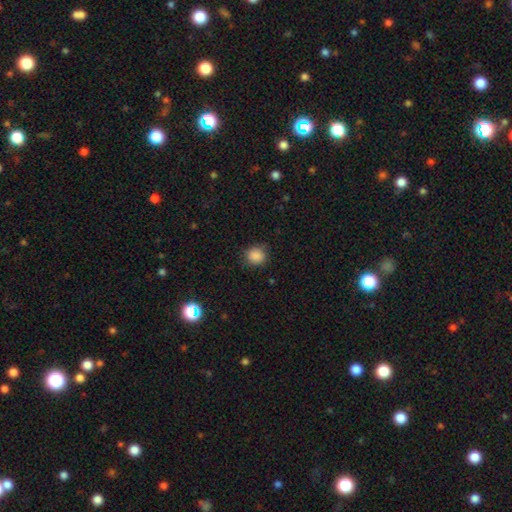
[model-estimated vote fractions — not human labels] Smooth or featured? Predicted: smooth (p=0.86). How rounded? Predicted: round (p=0.82). Merging? Predicted: none (p=0.84).